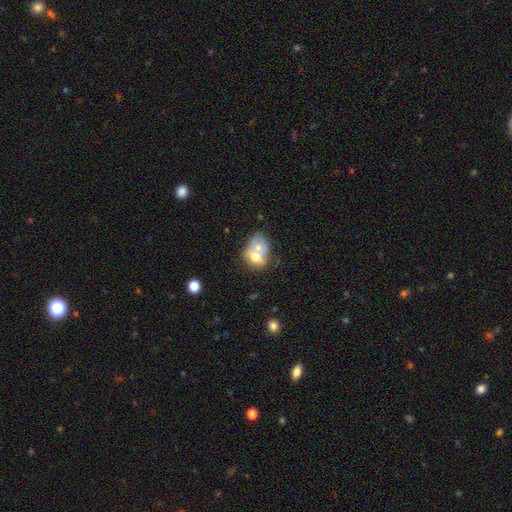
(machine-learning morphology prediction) Smooth or featured? smooth (62%)
How rounded? in between (57%)
Merging? merger (69%)